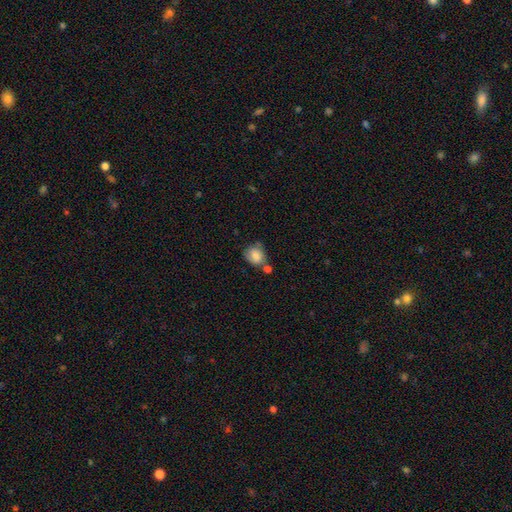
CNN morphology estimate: Smooth or featured?
  - smooth: 81% *
  - featured or disk: 11%
  - star or artifact: 8%
How rounded?
  - round: 65% *
  - in between: 34%
  - cigar-shaped: 1%
Merging?
  - none: 45% *
  - merger: 25%
  - minor disturbance: 22%
  - major disturbance: 7%